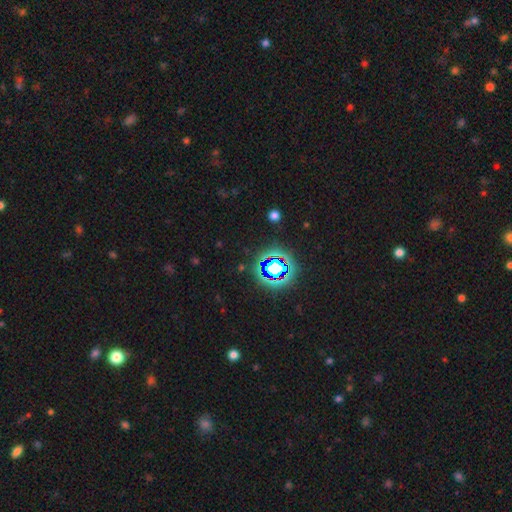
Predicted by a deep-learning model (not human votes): Smooth or featured? star or artifact (80%)